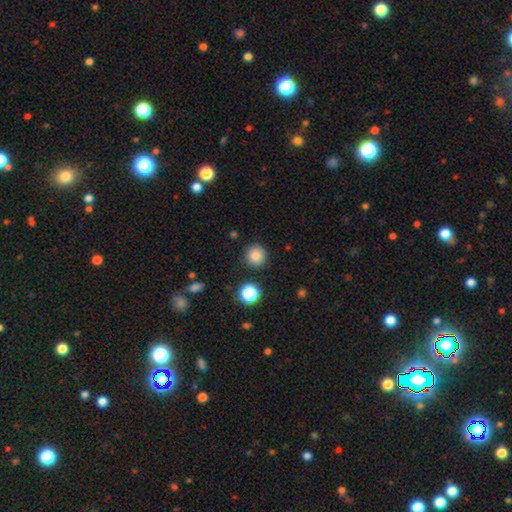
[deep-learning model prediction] Q: Smooth or featured?
A: smooth (83%); runner-up: star or artifact (12%)
Q: How rounded?
A: round (94%); runner-up: in between (5%)
Q: Merging?
A: none (89%); runner-up: minor disturbance (7%)